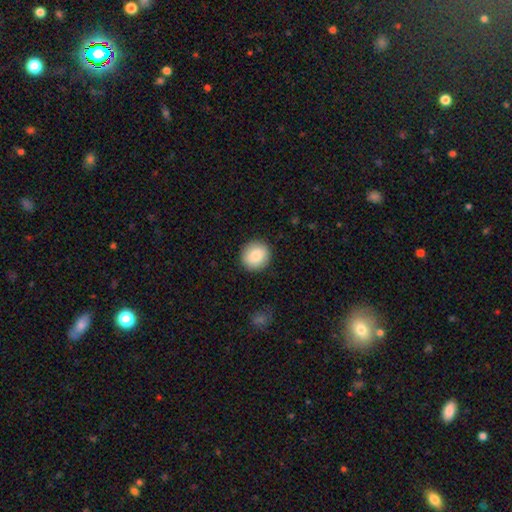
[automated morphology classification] Overall: smooth (85%). How rounded: round (91%). Merging: none (91%).